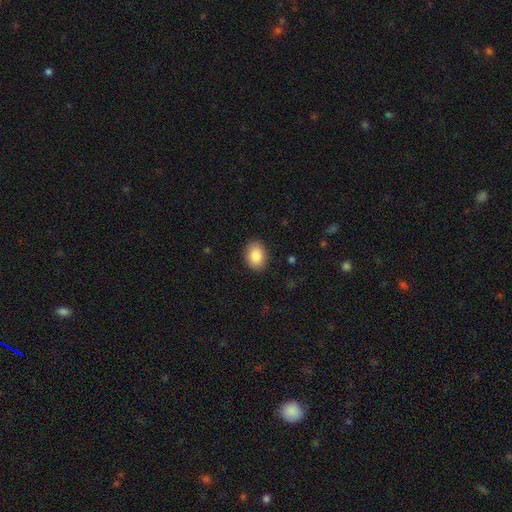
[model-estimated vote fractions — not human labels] Smooth or featured? smooth (87%)
How rounded? in between (72%)
Merging? none (89%)